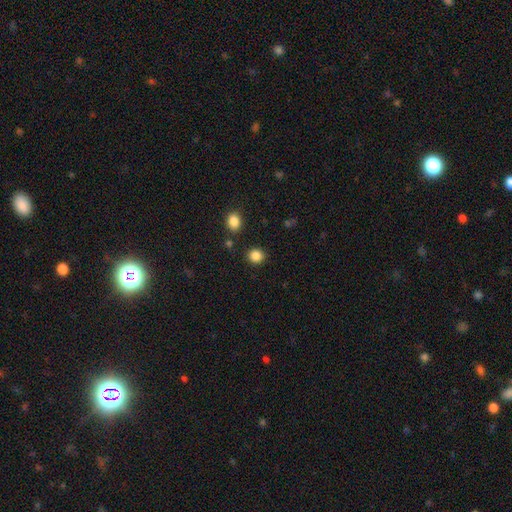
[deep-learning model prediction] A smooth galaxy with no disk features (85%) that is round (83%).

Vote fractions:
- Smooth or featured? smooth: 85% / star or artifact: 11% / featured or disk: 4%
- How rounded? round: 83% / in between: 16% / cigar-shaped: 1%
- Merging? none: 88% / minor disturbance: 7% / merger: 3% / major disturbance: 2%